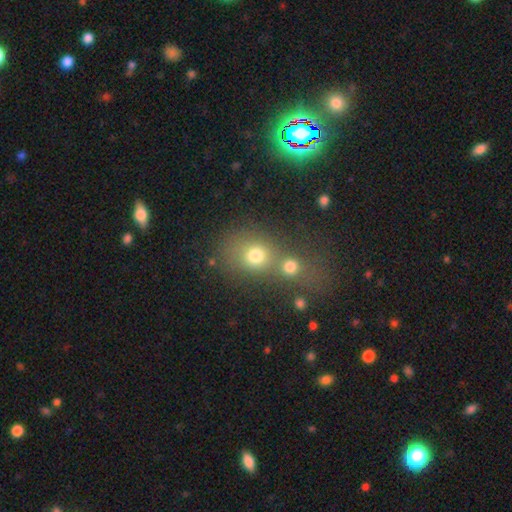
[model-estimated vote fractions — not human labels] This appears to be a smooth galaxy with no disk features (73%) that is round (69%). Merging: merger (48%).